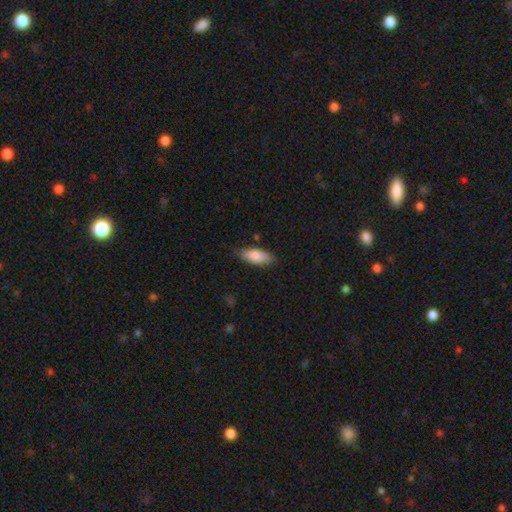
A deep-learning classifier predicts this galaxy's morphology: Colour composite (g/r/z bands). It shows a smooth galaxy with no disk features (82%) that is in between round and cigar-shaped (80%). Merging: none (80%).